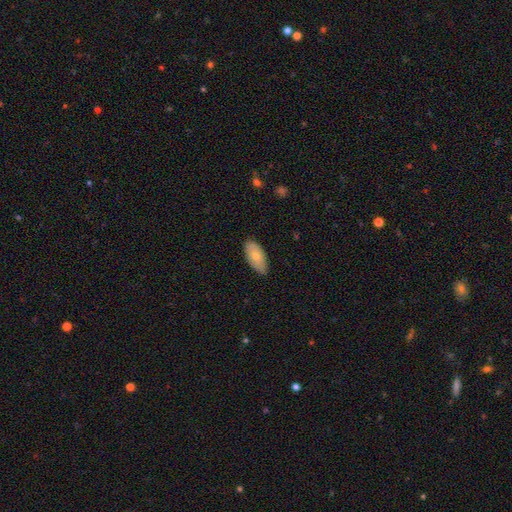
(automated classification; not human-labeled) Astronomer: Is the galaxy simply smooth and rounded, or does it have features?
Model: smooth — 72%.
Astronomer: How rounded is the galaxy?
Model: in between — 92%.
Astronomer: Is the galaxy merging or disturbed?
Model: none — 77%.